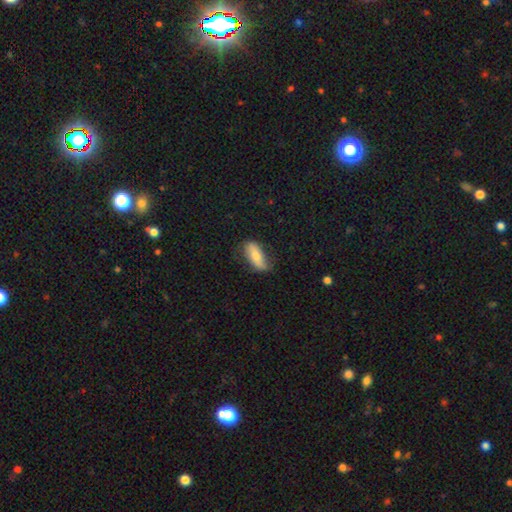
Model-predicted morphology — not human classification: A smooth galaxy with no disk features (65%) that is in between round and cigar-shaped (75%). Merging: none (71%).